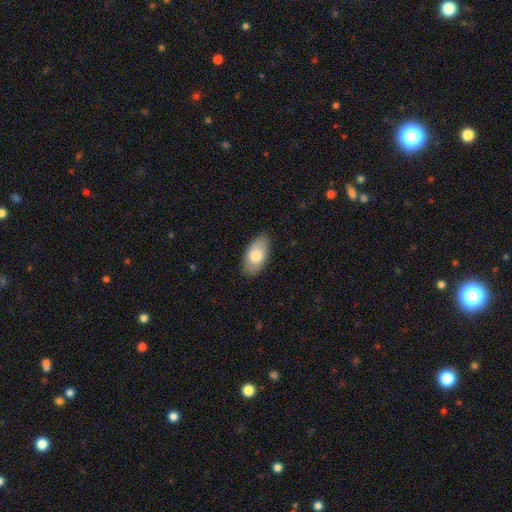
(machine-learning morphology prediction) Smooth or featured? Predicted: smooth (p=0.76). How rounded? Predicted: in between (p=0.94). Merging? Predicted: none (p=0.83).